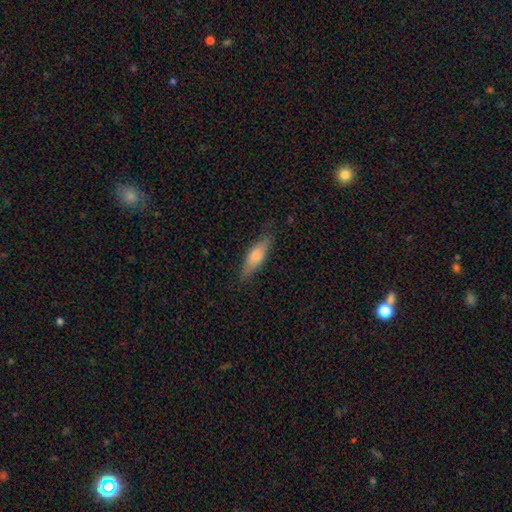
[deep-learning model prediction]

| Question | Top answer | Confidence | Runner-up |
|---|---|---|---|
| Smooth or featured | smooth | 66% | featured or disk (28%) |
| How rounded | cigar-shaped | 49% | in between (48%) |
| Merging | none | 80% | minor disturbance (16%) |